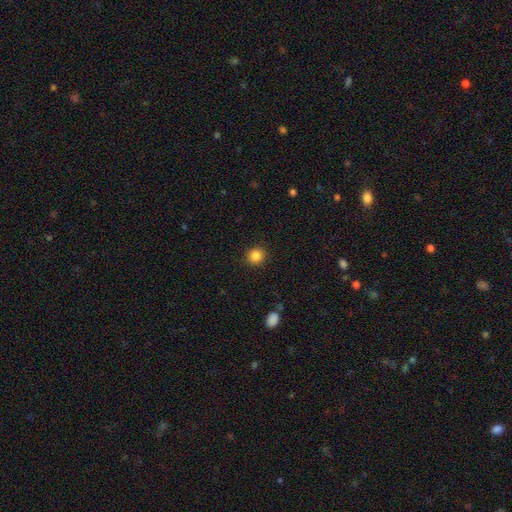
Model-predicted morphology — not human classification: A smooth galaxy with no disk features (85%) that is round (91%). Merging: none (90%).